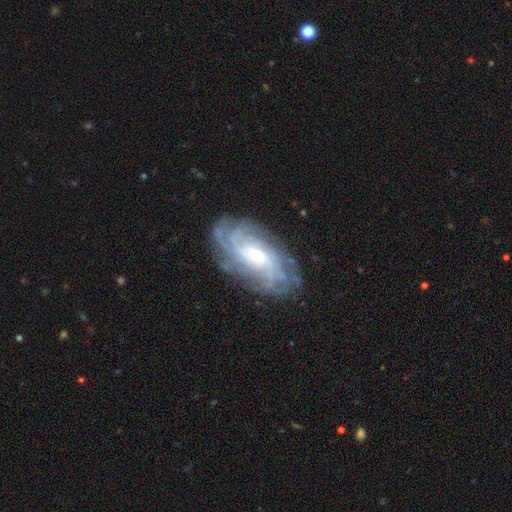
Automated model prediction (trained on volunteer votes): Smooth or featured: featured or disk — 83% (smooth — 10%)
Edge-on disk: no — 94% (yes — 6%)
Bar: no — 64% (weak — 29%)
Spiral arms: yes — 95% (no — 5%)
Spiral winding: tight — 70% (medium — 24%)
Spiral arm count: can't tell — 36% (more than 4 — 23%)
Bulge size: small — 60% (moderate — 34%)
Merging: none — 79% (minor disturbance — 14%)